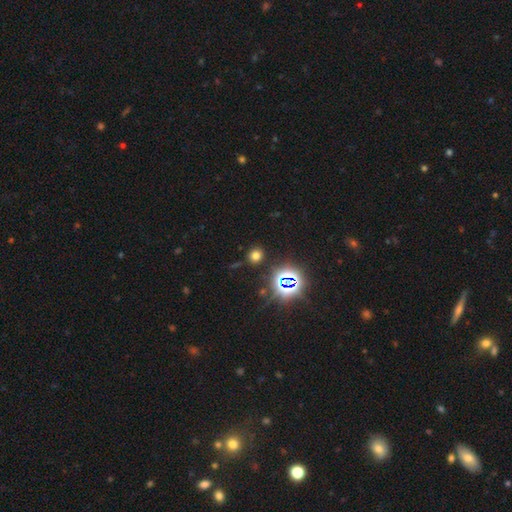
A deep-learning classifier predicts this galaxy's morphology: smooth-or-featured: smooth: 64% | star or artifact: 29% | featured or disk: 7%
  how-rounded: round: 81% | in between: 18% | cigar-shaped: 1%
  merging: none: 85% | minor disturbance: 9% | major disturbance: 3% | merger: 3%